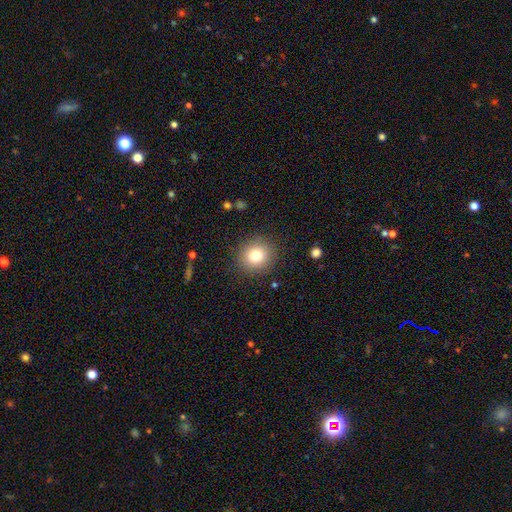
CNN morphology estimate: Q: Smooth or featured?
A: smooth (79%); runner-up: star or artifact (11%)
Q: How rounded?
A: round (89%); runner-up: in between (10%)
Q: Merging?
A: none (89%); runner-up: minor disturbance (7%)